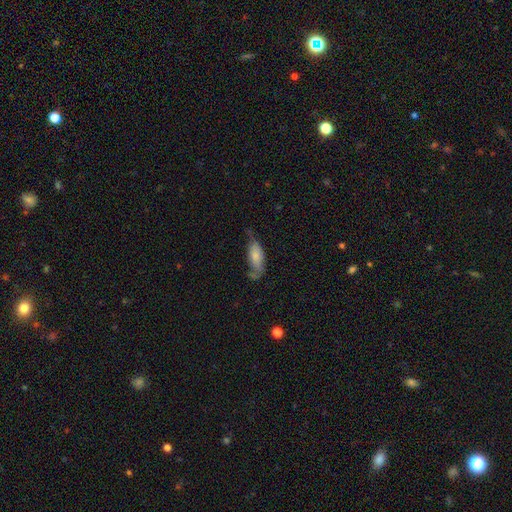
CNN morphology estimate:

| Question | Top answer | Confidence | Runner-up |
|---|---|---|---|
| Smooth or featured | smooth | 71% | featured or disk (22%) |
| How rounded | in between | 82% | cigar-shaped (16%) |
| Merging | none | 38% | minor disturbance (37%) |